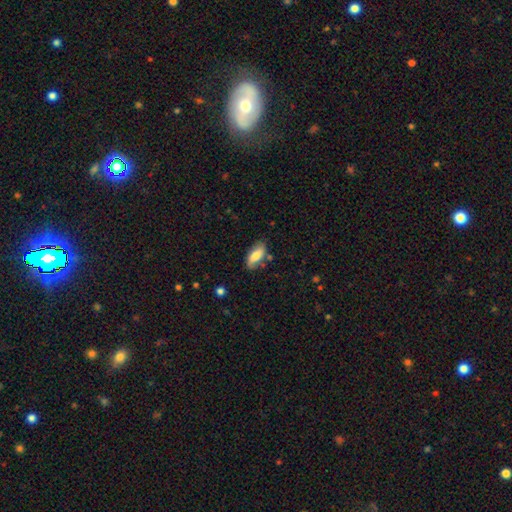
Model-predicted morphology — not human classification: Smooth or featured? Predicted: smooth (p=0.69). How rounded? Predicted: in between (p=0.87). Merging? Predicted: none (p=0.73).